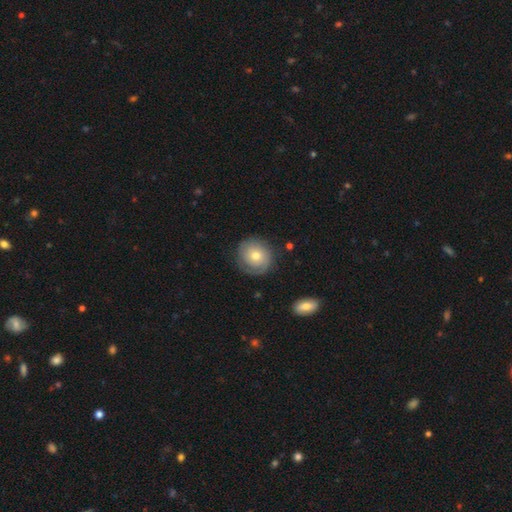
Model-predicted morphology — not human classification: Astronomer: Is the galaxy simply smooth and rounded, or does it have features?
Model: smooth — 48% (runner-up: featured or disk, 44%).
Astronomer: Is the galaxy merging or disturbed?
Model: none — 78%.